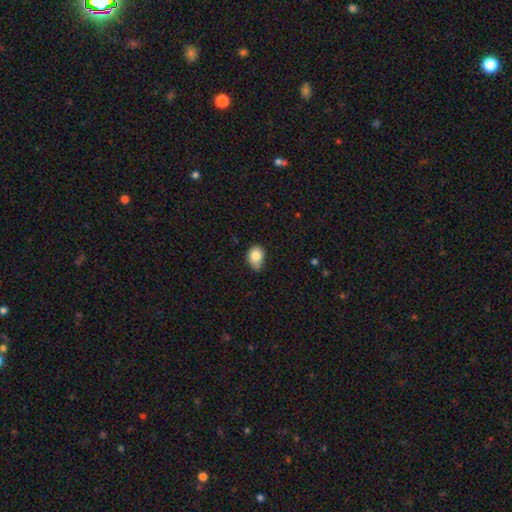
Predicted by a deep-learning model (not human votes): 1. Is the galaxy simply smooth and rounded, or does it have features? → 83% smooth, 9% star or artifact, 8% featured or disk.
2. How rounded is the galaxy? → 62% in between, 37% round, 1% cigar-shaped.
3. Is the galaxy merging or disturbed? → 51% none, 39% minor disturbance, 6% major disturbance, 3% merger.